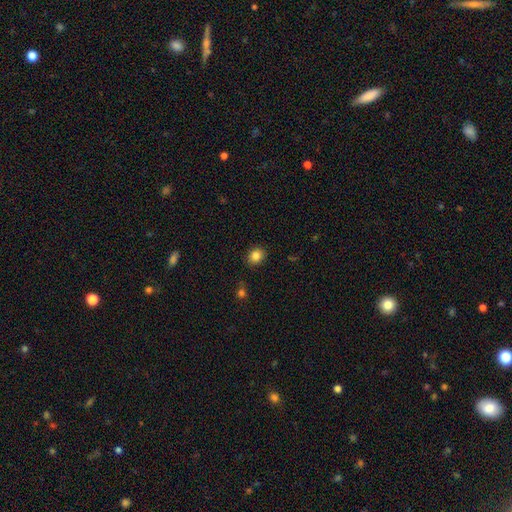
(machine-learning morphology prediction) Overall: smooth (84%). How rounded: round (68%; in between 31%). Merging: none (88%).